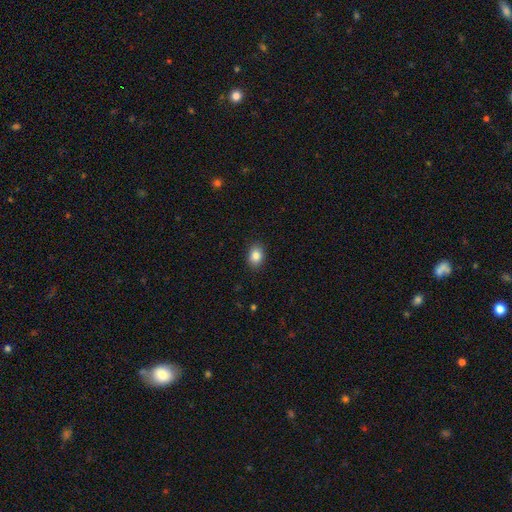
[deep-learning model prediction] smooth 86%, star or artifact 9%, featured or disk 5%. Down the decision tree: how rounded — in between (69%); merging — none (89%).